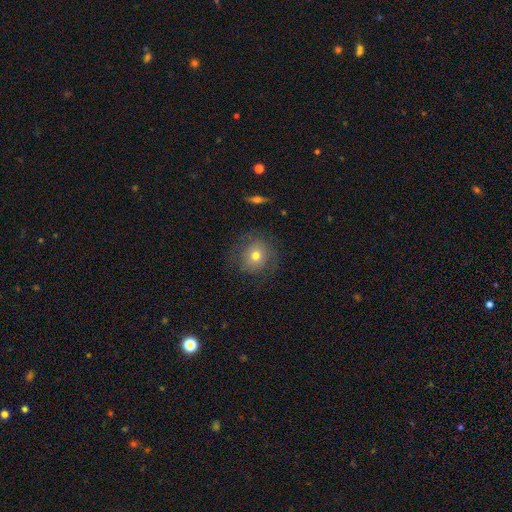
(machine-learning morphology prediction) Smooth or featured: smooth — 67% (featured or disk — 22%)
How rounded: round — 86% (in between — 13%)
Merging: none — 75% (minor disturbance — 15%)